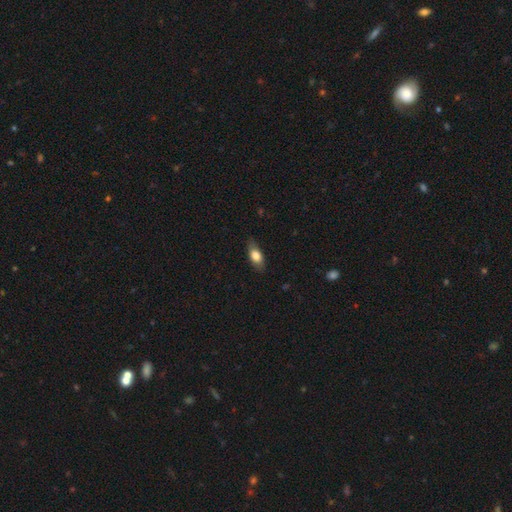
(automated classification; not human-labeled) A smooth galaxy with no disk features (77%) that is in between round and cigar-shaped (83%). Merging: none (81%).